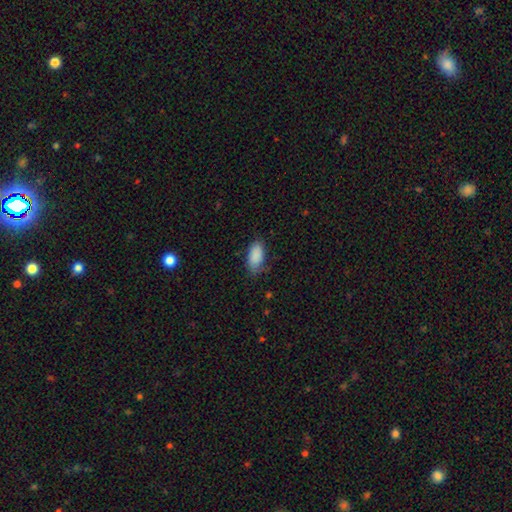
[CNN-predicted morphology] smooth_or_featured: smooth (p=0.88) [alt: star or artifact p=0.07]
how_rounded: in between (p=0.94) [alt: cigar-shaped p=0.04]
merging: none (p=0.66) [alt: minor disturbance p=0.26]